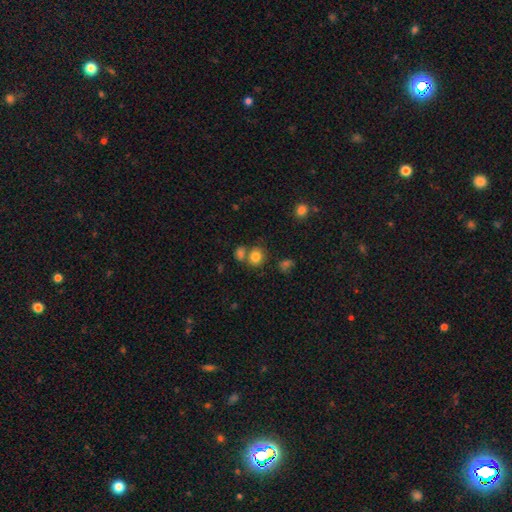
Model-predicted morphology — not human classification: This appears to be a smooth galaxy with no disk features (81%) that is round (76%). Merging: none (61%).